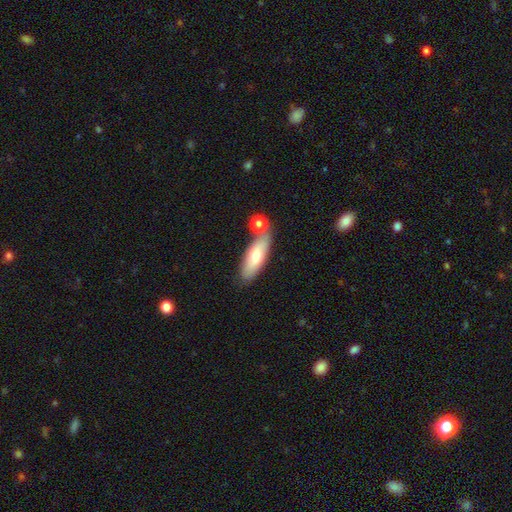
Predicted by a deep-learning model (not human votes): smooth 67%, featured or disk 26%, star or artifact 6%. Down the decision tree: how rounded — in between (62%); merging — none (65%).